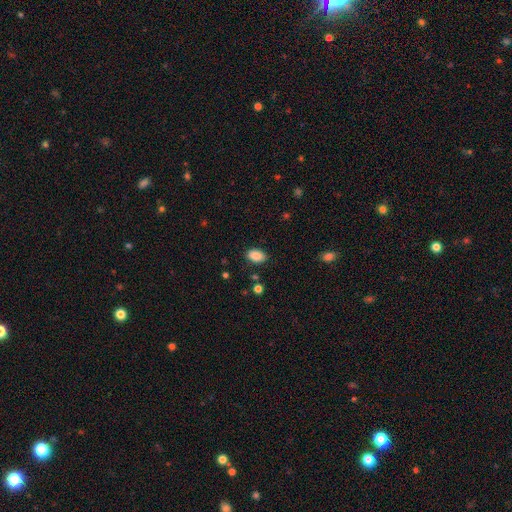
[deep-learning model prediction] Smooth or featured: smooth — 88% (star or artifact — 8%)
How rounded: in between — 89% (round — 10%)
Merging: none — 85% (minor disturbance — 11%)